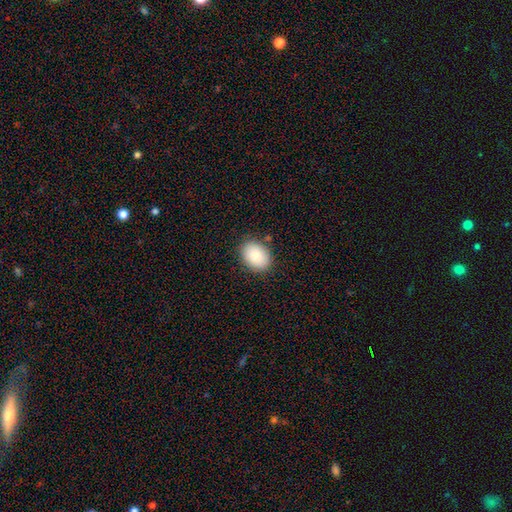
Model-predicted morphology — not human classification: This appears to be a smooth galaxy with no disk features (87%) that is in between round and cigar-shaped (74%). Merging: none (85%).